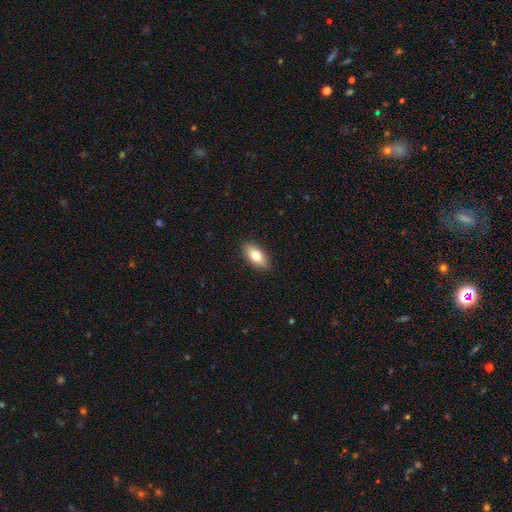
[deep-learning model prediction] Smooth or featured?
  - smooth: 81% *
  - featured or disk: 13%
  - star or artifact: 6%
How rounded?
  - in between: 87% *
  - cigar-shaped: 10%
  - round: 3%
Merging?
  - none: 90% *
  - minor disturbance: 8%
  - major disturbance: 2%
  - merger: 1%